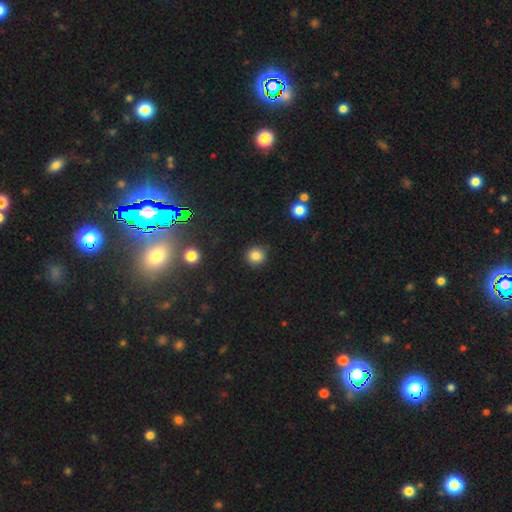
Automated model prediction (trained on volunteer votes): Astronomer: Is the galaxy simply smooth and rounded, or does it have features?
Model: smooth — 84%.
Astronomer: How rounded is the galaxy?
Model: round — 92%.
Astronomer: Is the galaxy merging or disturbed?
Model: none — 90%.